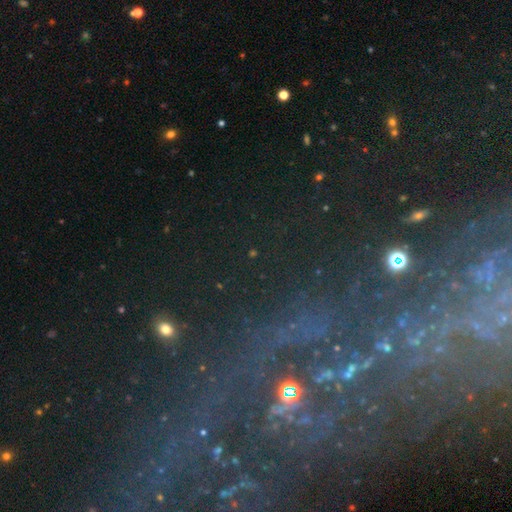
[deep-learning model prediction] smooth_or_featured: star or artifact (p=0.51) [alt: featured or disk p=0.35]